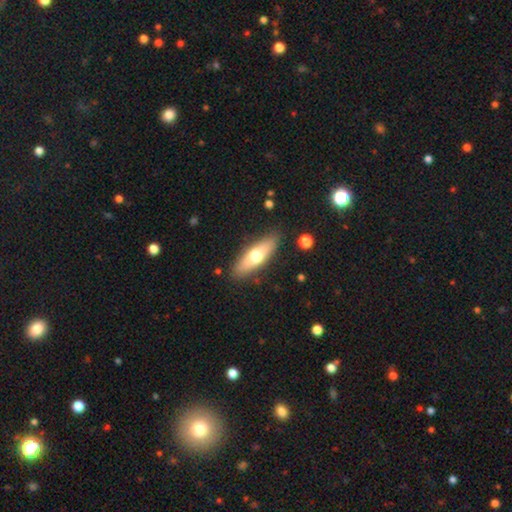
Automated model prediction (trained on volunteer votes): Smooth or featured? Predicted: smooth (p=0.59). How rounded? Predicted: cigar-shaped (p=0.50). Merging? Predicted: none (p=0.86).